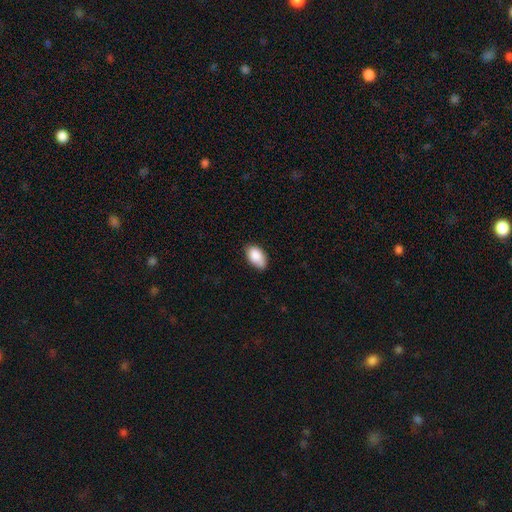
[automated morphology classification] Smooth or featured? Predicted: smooth (p=0.87). How rounded? Predicted: in between (p=0.93). Merging? Predicted: none (p=0.68).